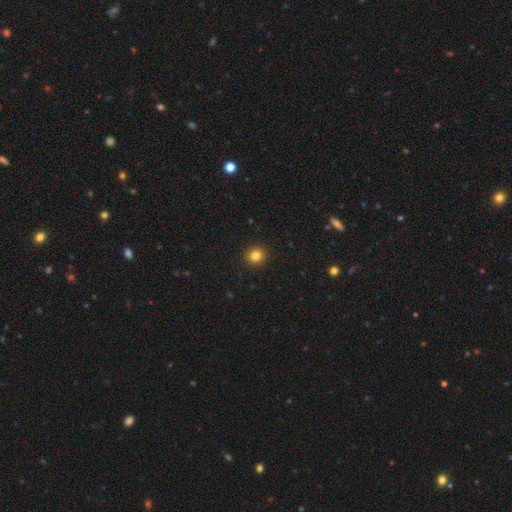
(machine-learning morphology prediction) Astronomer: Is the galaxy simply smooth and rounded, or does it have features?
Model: smooth — 83%.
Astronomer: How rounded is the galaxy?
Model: round — 92%.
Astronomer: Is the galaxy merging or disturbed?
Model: none — 93%.